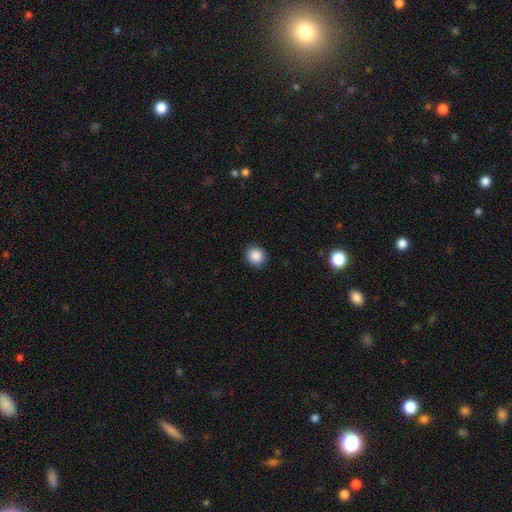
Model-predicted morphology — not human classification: Smooth or featured?
  - smooth: 88% *
  - star or artifact: 9%
  - featured or disk: 3%
How rounded?
  - round: 88% *
  - in between: 11%
  - cigar-shaped: 1%
Merging?
  - none: 90% *
  - minor disturbance: 7%
  - major disturbance: 2%
  - merger: 1%